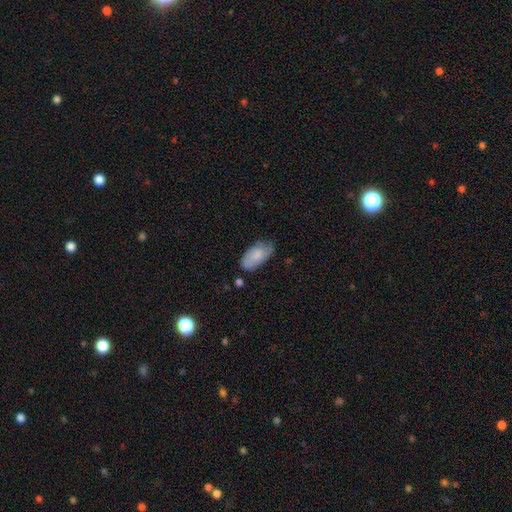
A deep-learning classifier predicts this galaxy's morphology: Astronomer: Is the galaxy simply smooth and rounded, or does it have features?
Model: smooth — 79%.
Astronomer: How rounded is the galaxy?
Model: in between — 93%.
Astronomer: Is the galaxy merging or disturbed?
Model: none — 61%.